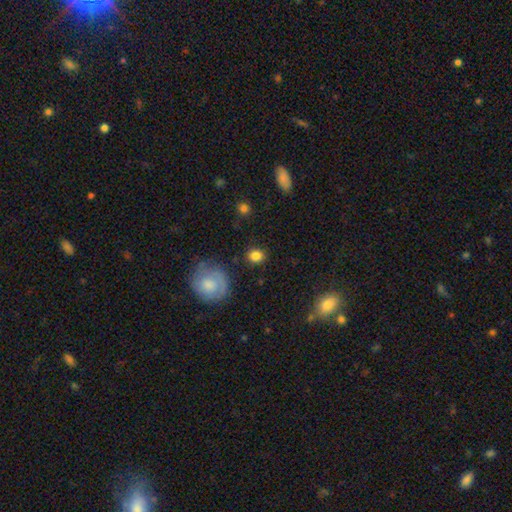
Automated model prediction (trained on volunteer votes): Smooth or featured?
  - smooth: 84% *
  - star or artifact: 10%
  - featured or disk: 6%
How rounded?
  - round: 82% *
  - in between: 17%
  - cigar-shaped: 1%
Merging?
  - none: 87% *
  - minor disturbance: 8%
  - major disturbance: 3%
  - merger: 2%